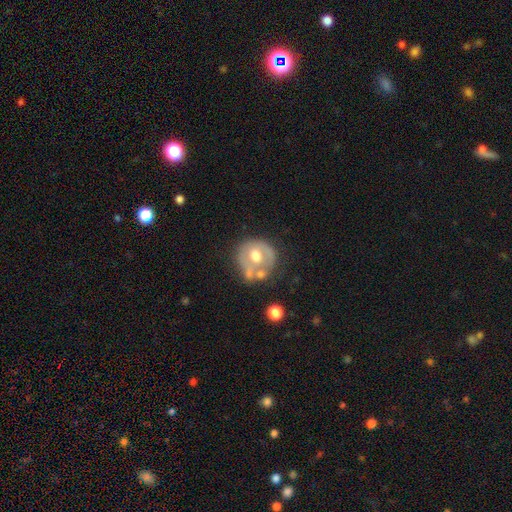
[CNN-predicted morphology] A featured or disk galaxy (51%).

Vote fractions:
- Smooth or featured? featured or disk: 51% / smooth: 42% / star or artifact: 7%
- Edge-on disk? no: 96% / yes: 4%
- Merging? none: 46% / merger: 22% / minor disturbance: 21% / major disturbance: 11%